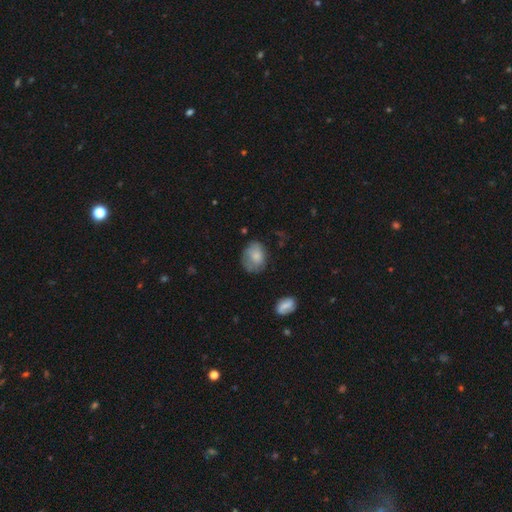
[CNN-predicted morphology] smooth 75%, featured or disk 17%, star or artifact 8%. Down the decision tree: how rounded — in between (57%); merging — none (57%).